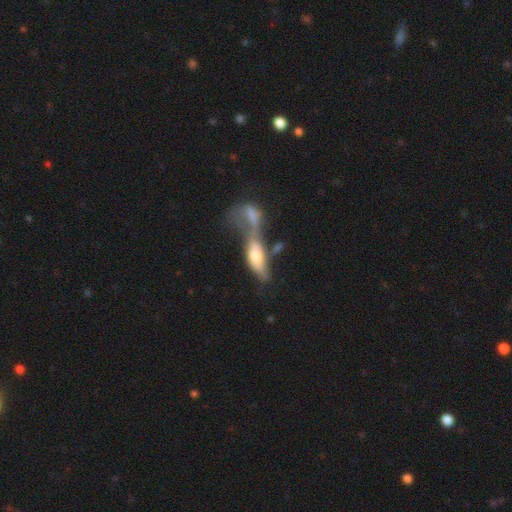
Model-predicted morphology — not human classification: A smooth galaxy with no disk features (53%) that is in between round and cigar-shaped (66%). Merging: merger (58%).